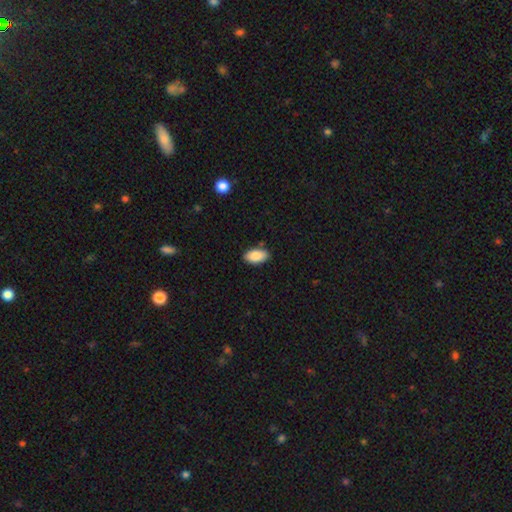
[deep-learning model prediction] Smooth or featured? Predicted: smooth (p=0.88). How rounded? Predicted: in between (p=0.94). Merging? Predicted: none (p=0.85).